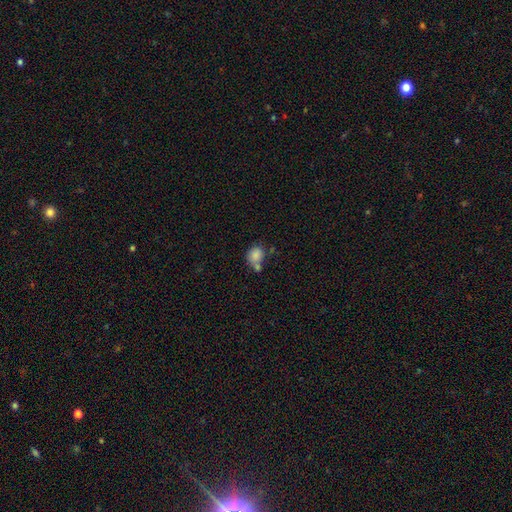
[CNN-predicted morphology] Overall: smooth (84%). How rounded: round (59%; in between 40%). Merging: none (45%; merger 33%).